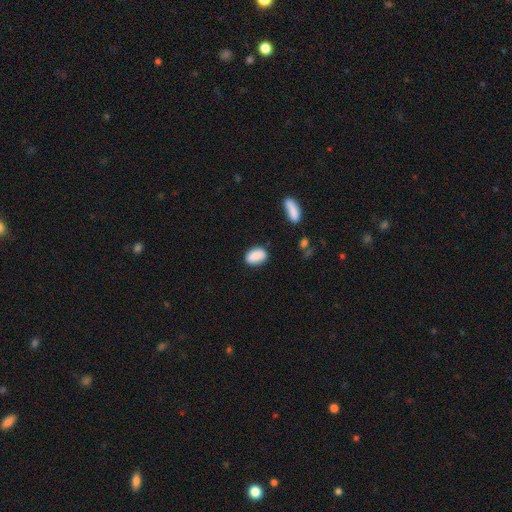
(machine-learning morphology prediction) A smooth galaxy with no disk features (88%) that is in between round and cigar-shaped (87%). Merging: none (78%).